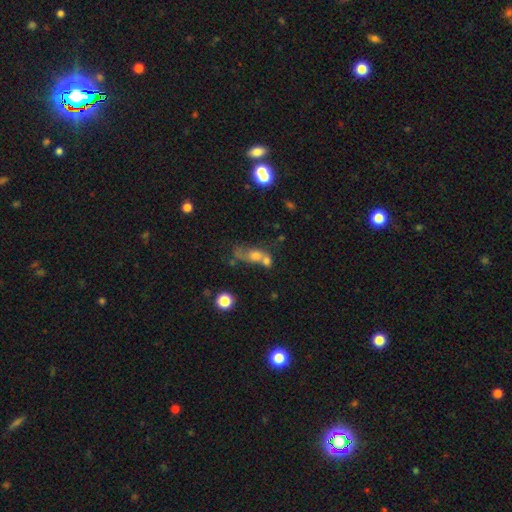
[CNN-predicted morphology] A smooth galaxy with no disk features (61%) that is in between round and cigar-shaped (53%). Merging: merger (57%).